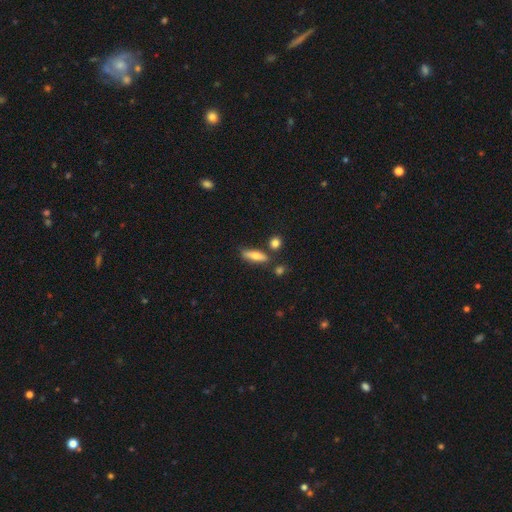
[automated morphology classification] A smooth galaxy with no disk features (65%) that is cigar-shaped (58%). Merging: none (73%).